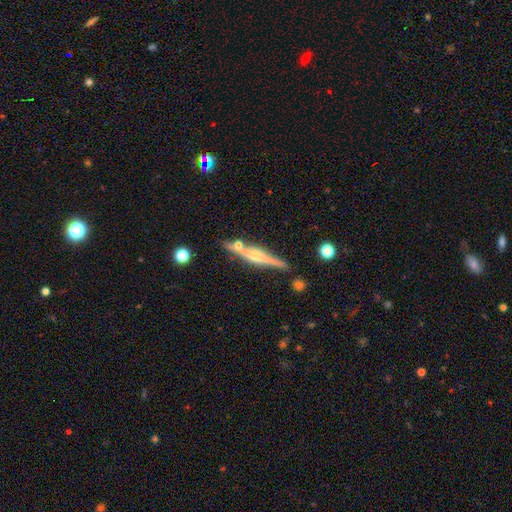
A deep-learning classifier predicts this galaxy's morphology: Smooth or featured: featured or disk — 73% (smooth — 20%)
Edge-on disk: yes — 97% (no — 3%)
Edge-on bulge: rounded — 78% (boxy — 12%)
Merging: none — 79% (minor disturbance — 11%)